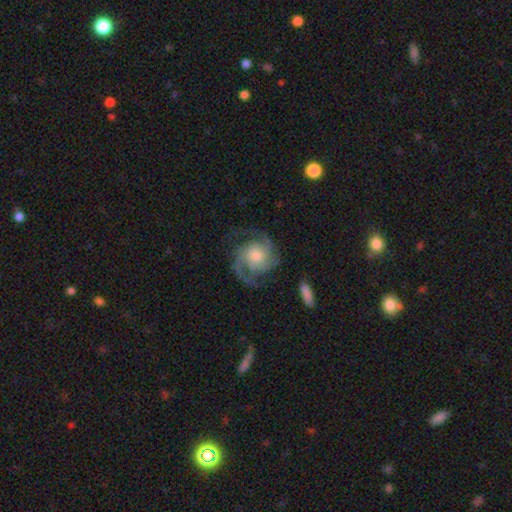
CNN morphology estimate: Smooth or featured? Predicted: featured or disk (p=0.89). Edge-on disk? Predicted: no (p=0.98). Bar? Predicted: no (p=0.70). Spiral arms? Predicted: yes (p=0.98). Spiral winding? Predicted: medium (p=0.51). Spiral arm count? Predicted: 2 (p=0.61). Bulge size? Predicted: moderate (p=0.49). Merging? Predicted: none (p=0.75).